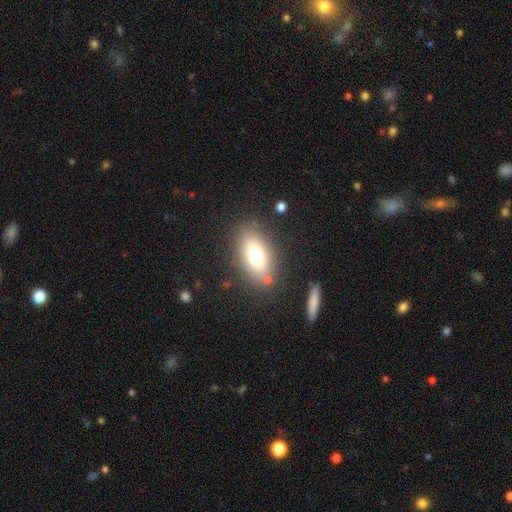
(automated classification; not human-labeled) Smooth or featured? Predicted: smooth (p=0.71). How rounded? Predicted: in between (p=0.84). Merging? Predicted: none (p=0.80).